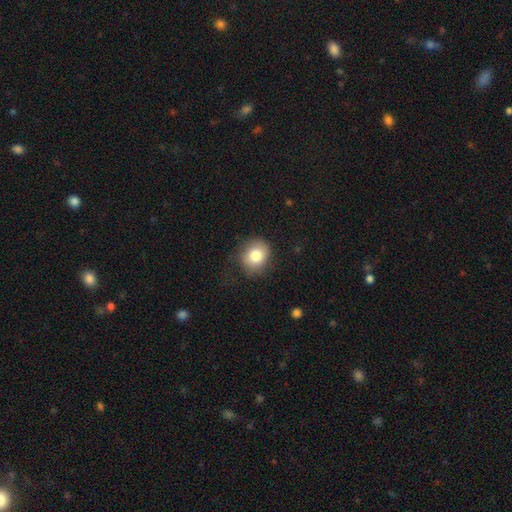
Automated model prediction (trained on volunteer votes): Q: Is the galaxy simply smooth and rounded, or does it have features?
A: smooth — 81%.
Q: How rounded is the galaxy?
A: round — 68%.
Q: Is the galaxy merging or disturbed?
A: none — 77%.